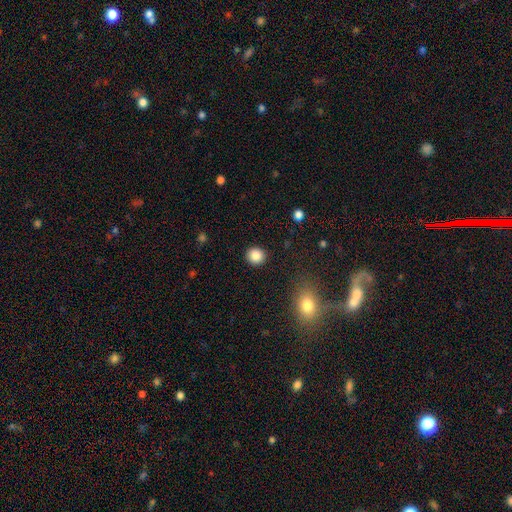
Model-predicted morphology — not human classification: Smooth or featured: smooth — 87% (star or artifact — 9%)
How rounded: round — 88% (in between — 11%)
Merging: none — 92% (minor disturbance — 5%)